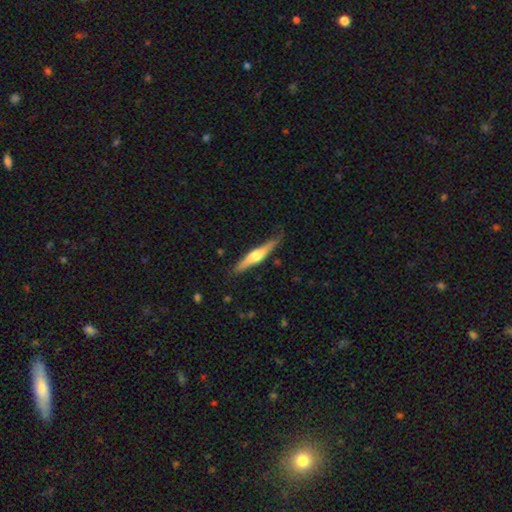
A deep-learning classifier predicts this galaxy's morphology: Smooth or featured?
  - featured or disk: 60% *
  - smooth: 35%
  - star or artifact: 5%
Edge-on disk?
  - yes: 96% *
  - no: 4%
Edge-on bulge?
  - rounded: 90% *
  - boxy: 5%
  - none: 5%
Merging?
  - none: 80% *
  - minor disturbance: 16%
  - major disturbance: 3%
  - merger: 2%